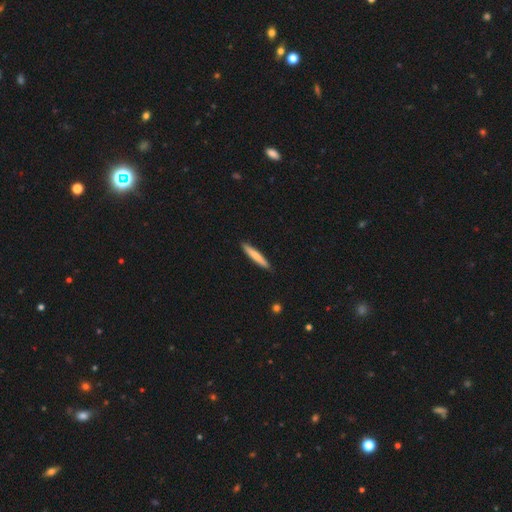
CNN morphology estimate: smooth-or-featured: smooth: 72% | featured or disk: 23% | star or artifact: 5%
  how-rounded: cigar-shaped: 94% | in between: 5% | round: 1%
  merging: none: 90% | minor disturbance: 7% | major disturbance: 1% | merger: 1%